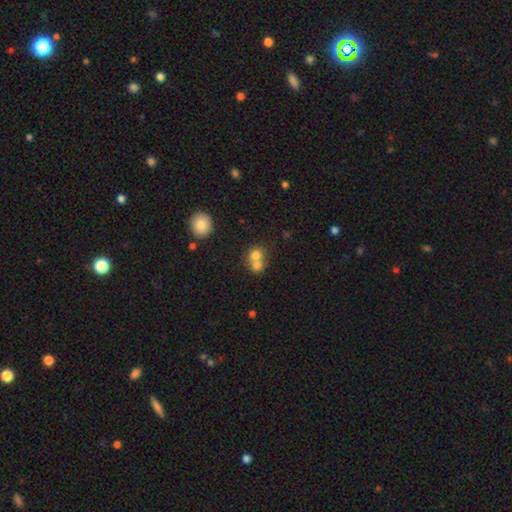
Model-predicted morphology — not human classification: smooth_or_featured: smooth (p=0.73) [alt: featured or disk p=0.16]
how_rounded: round (p=0.78) [alt: in between p=0.22]
merging: merger (p=0.62) [alt: none p=0.31]